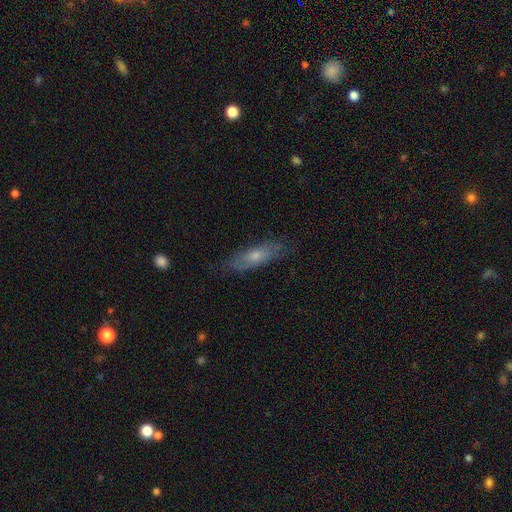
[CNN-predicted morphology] Smooth or featured: smooth — 48% (featured or disk — 44%)
Merging: none — 78% (minor disturbance — 17%)